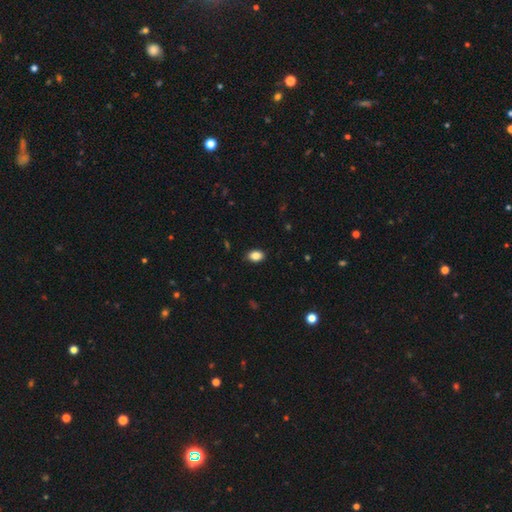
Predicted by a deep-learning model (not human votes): Smooth or featured? smooth (86%)
How rounded? in between (85%)
Merging? none (86%)